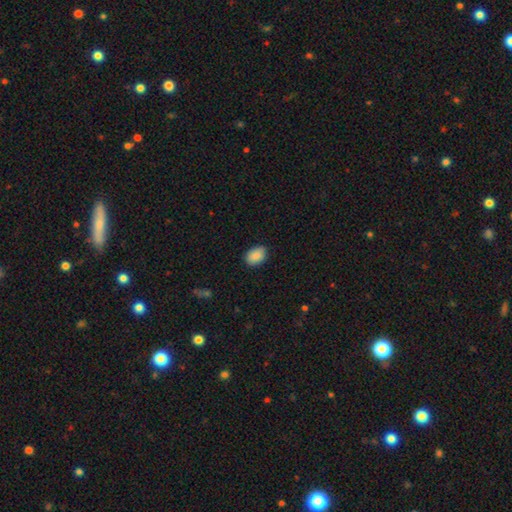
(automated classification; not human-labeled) Smooth or featured? Predicted: smooth (p=0.89). How rounded? Predicted: in between (p=0.81). Merging? Predicted: none (p=0.84).